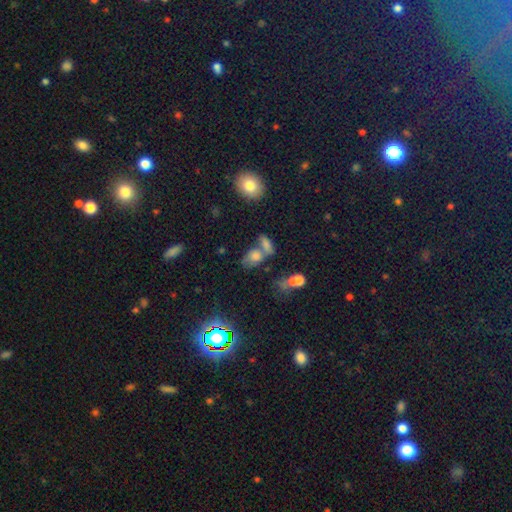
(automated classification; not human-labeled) smooth 66%, star or artifact 19%, featured or disk 15%. Down the decision tree: how rounded — in between (73%); merging — merger (41%).